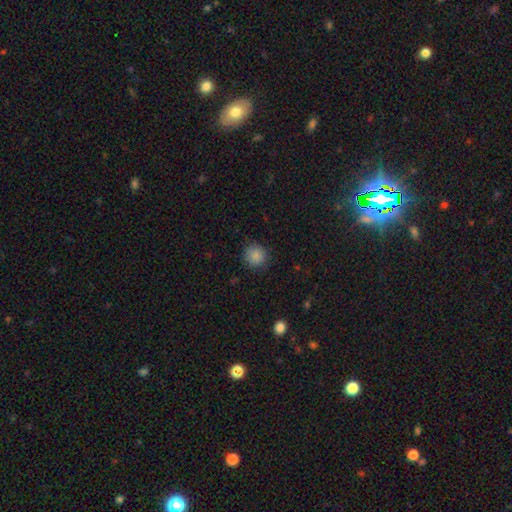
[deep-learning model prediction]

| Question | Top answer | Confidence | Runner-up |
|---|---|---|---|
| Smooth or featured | smooth | 87% | star or artifact (10%) |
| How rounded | round | 91% | in between (8%) |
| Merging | none | 87% | minor disturbance (10%) |